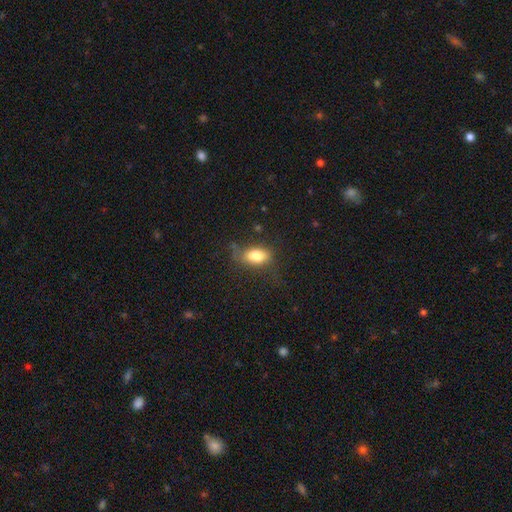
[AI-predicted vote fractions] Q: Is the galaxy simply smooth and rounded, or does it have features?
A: smooth — 79%.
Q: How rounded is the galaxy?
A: in between — 86%.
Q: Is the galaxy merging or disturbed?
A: none — 61%.